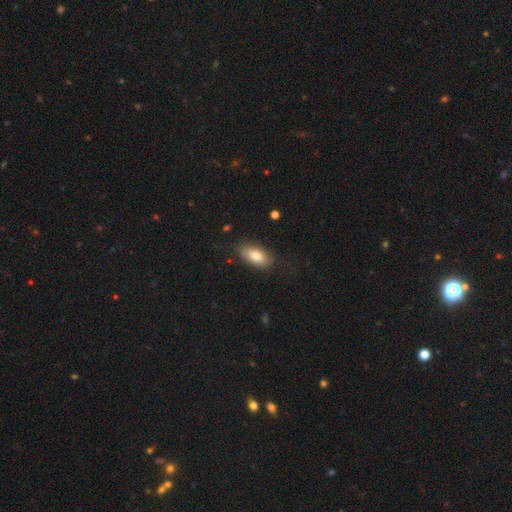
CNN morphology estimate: Smooth or featured: smooth — 81% (featured or disk — 12%)
How rounded: in between — 90% (cigar-shaped — 7%)
Merging: none — 77% (minor disturbance — 16%)